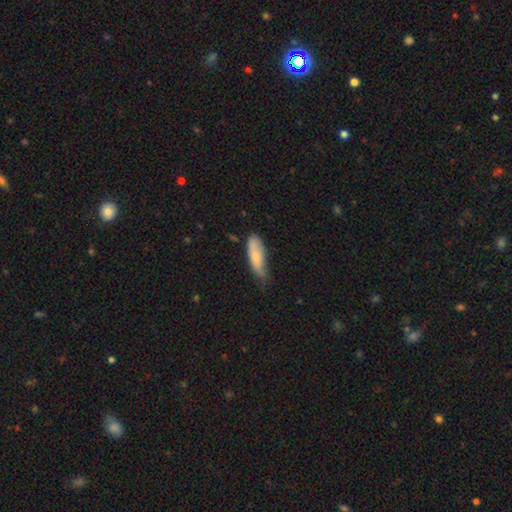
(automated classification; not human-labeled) A smooth galaxy with no disk features (76%) that is in between round and cigar-shaped (58%). Merging: none (55%).